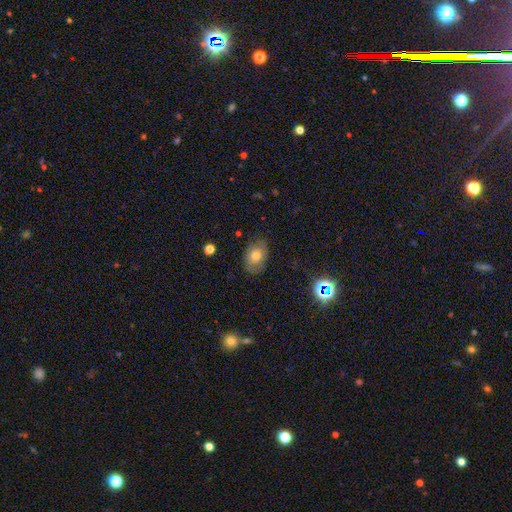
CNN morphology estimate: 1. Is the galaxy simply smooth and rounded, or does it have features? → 69% smooth, 19% featured or disk, 11% star or artifact.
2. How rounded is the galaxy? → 77% in between, 21% round, 1% cigar-shaped.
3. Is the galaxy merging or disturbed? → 76% none, 18% minor disturbance, 5% major disturbance, 1% merger.